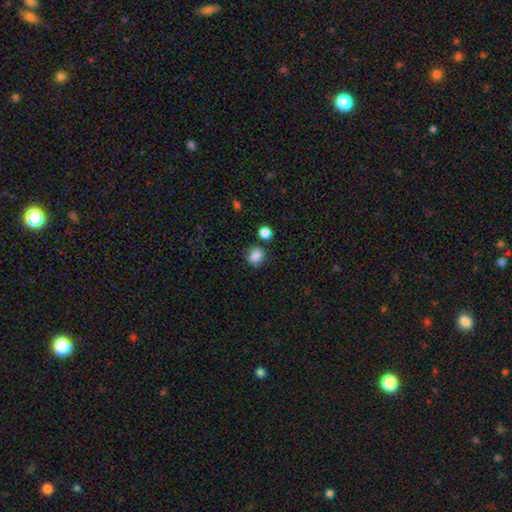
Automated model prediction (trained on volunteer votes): smooth 86%, star or artifact 10%, featured or disk 4%. Down the decision tree: how rounded — round (73%); merging — none (79%).